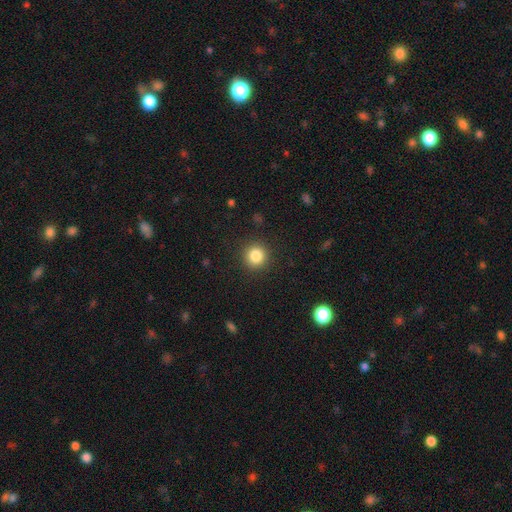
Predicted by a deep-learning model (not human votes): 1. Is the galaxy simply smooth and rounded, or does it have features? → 84% smooth, 11% star or artifact, 5% featured or disk.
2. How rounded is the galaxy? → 93% round, 6% in between, 1% cigar-shaped.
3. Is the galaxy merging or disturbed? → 91% none, 6% minor disturbance, 2% major disturbance, 1% merger.